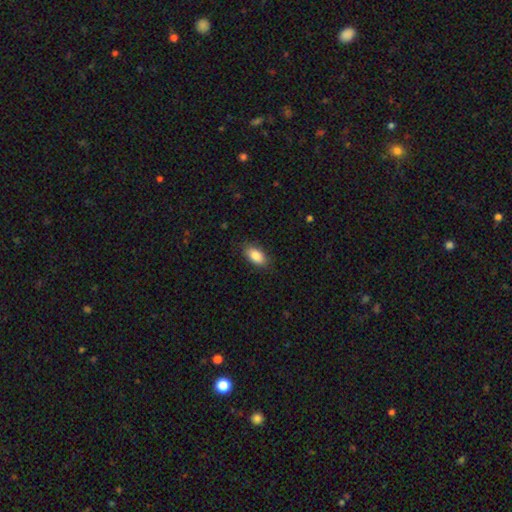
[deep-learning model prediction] The model was most divided on "merging": none: 84%, minor disturbance: 12%, major disturbance: 3%, merger: 1%. More confident: how rounded — in between (91%); smooth or featured — smooth (87%).